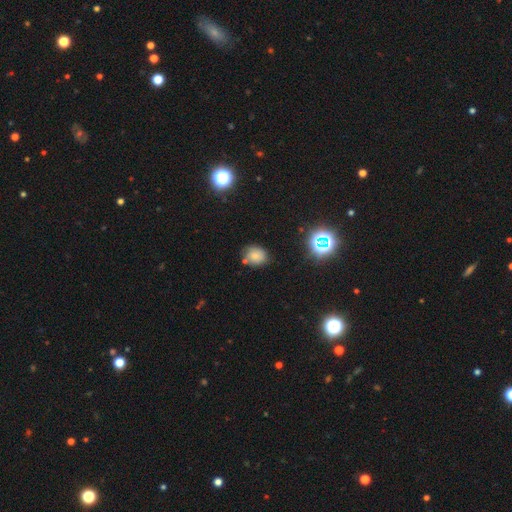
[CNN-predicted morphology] A smooth galaxy with no disk features (71%) that is round (62%).

Vote fractions:
- Smooth or featured? smooth: 71% / star or artifact: 18% / featured or disk: 11%
- How rounded? round: 62% / in between: 37% / cigar-shaped: 1%
- Merging? none: 67% / minor disturbance: 20% / merger: 9% / major disturbance: 5%